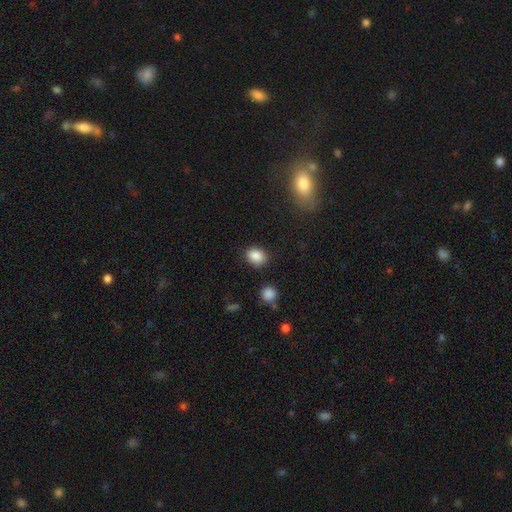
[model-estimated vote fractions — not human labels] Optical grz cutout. It shows a smooth galaxy with no disk features (86%) that is in between round and cigar-shaped (59%). Merging: none (85%).